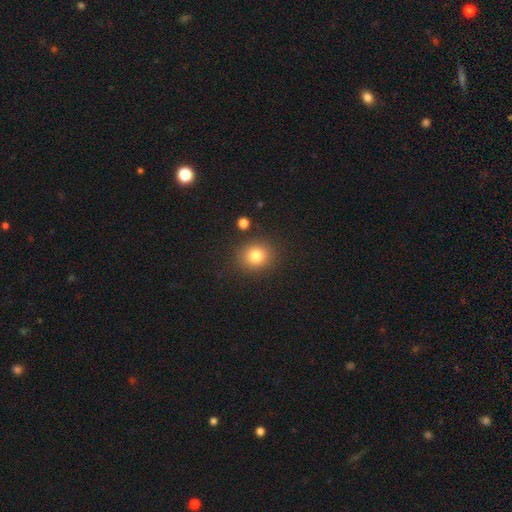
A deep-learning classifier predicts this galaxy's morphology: This is clearly a smooth galaxy (80%). How rounded: likely round (80%). Merging: clearly none (86%).